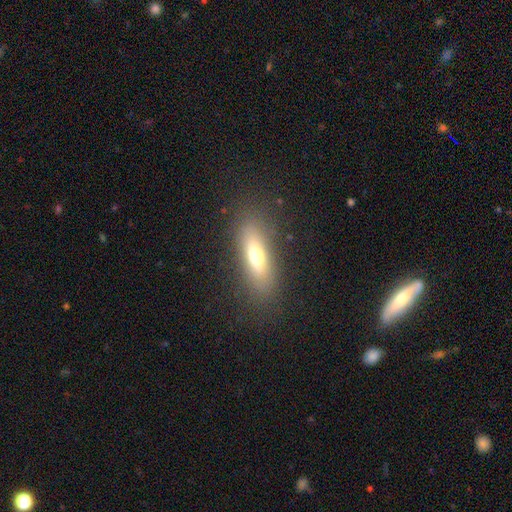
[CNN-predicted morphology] smooth_or_featured: smooth (p=0.65) [alt: featured or disk p=0.26]
how_rounded: in between (p=0.50) [alt: cigar-shaped p=0.47]
merging: none (p=0.85) [alt: minor disturbance p=0.10]